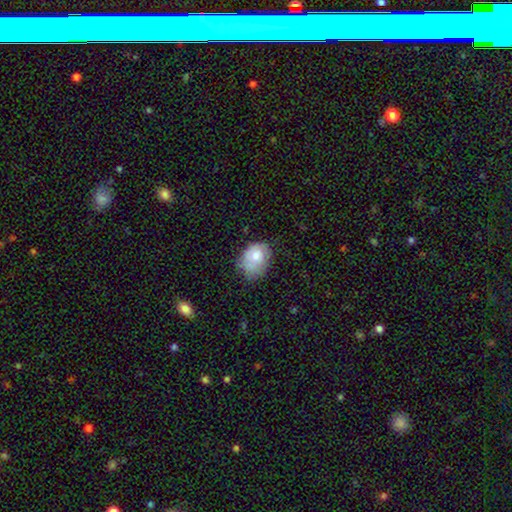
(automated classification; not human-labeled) smooth-or-featured: smooth: 67% | featured or disk: 26% | star or artifact: 7%
  how-rounded: in between: 59% | round: 40% | cigar-shaped: 1%
  merging: none: 48% | minor disturbance: 38% | major disturbance: 12% | merger: 3%